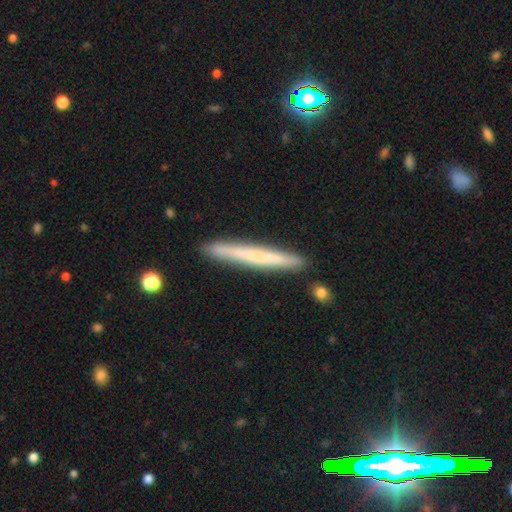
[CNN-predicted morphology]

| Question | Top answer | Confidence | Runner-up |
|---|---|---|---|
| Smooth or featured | smooth | 56% | featured or disk (38%) |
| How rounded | cigar-shaped | 97% | in between (2%) |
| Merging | none | 90% | minor disturbance (7%) |